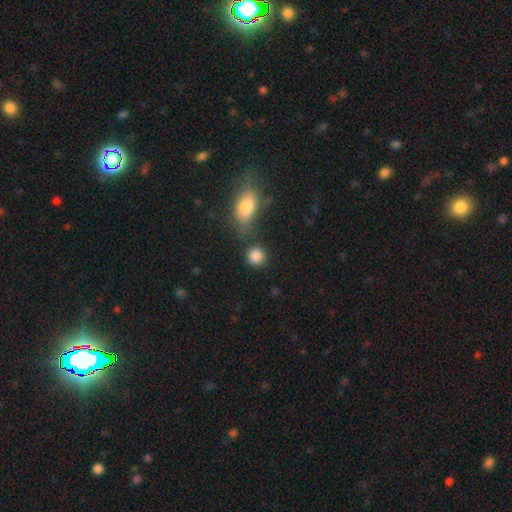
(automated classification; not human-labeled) Smooth or featured? smooth (86%)
How rounded? round (86%)
Merging? none (75%)